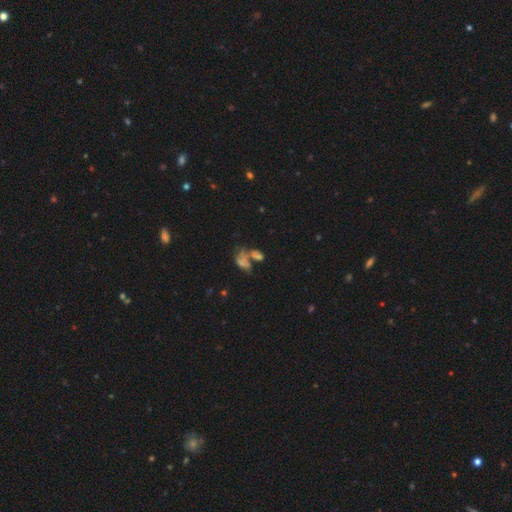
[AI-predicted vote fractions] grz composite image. It shows a smooth galaxy with no disk features (46%). Merging: merger (50%).